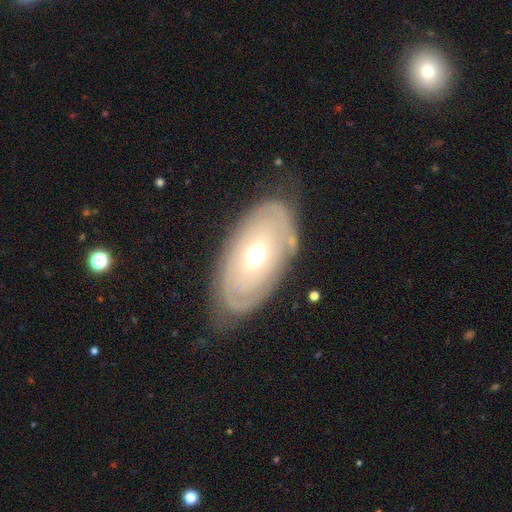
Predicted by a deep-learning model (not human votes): Smooth or featured: featured or disk — 61% (smooth — 33%)
Edge-on disk: no — 90% (yes — 10%)
Bar: no — 79% (weak — 15%)
Spiral arms: yes — 53% (no — 47%)
Bulge size: moderate — 68% (large — 15%)
Merging: none — 74% (minor disturbance — 16%)